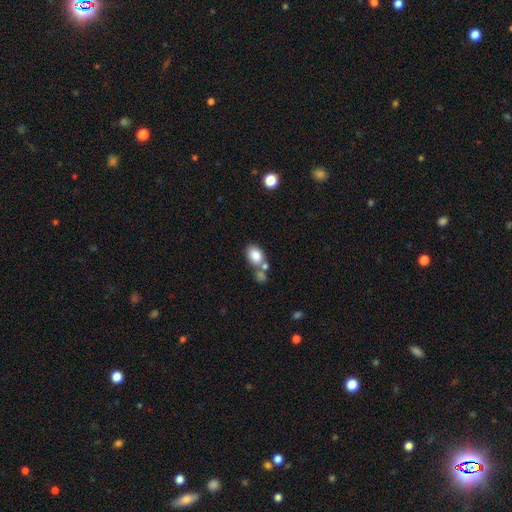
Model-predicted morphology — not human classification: The model was most divided on "merging": none: 48%, merger: 33%, minor disturbance: 13%, major disturbance: 5%. More confident: smooth or featured — smooth (82%); how rounded — in between (77%).